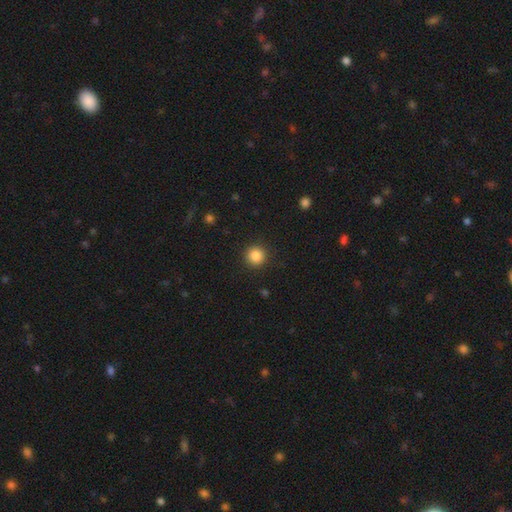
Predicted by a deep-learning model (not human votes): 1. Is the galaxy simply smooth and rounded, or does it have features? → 85% smooth, 11% star or artifact, 4% featured or disk.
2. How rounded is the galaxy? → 94% round, 5% in between, 1% cigar-shaped.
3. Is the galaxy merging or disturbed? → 92% none, 5% minor disturbance, 2% major disturbance, 1% merger.